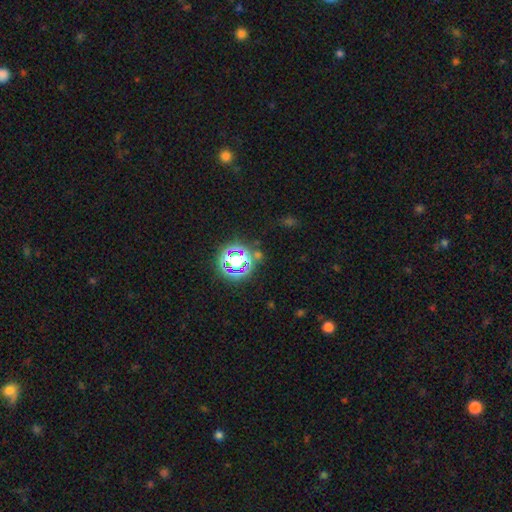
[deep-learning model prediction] Smooth or featured? star or artifact (70%)